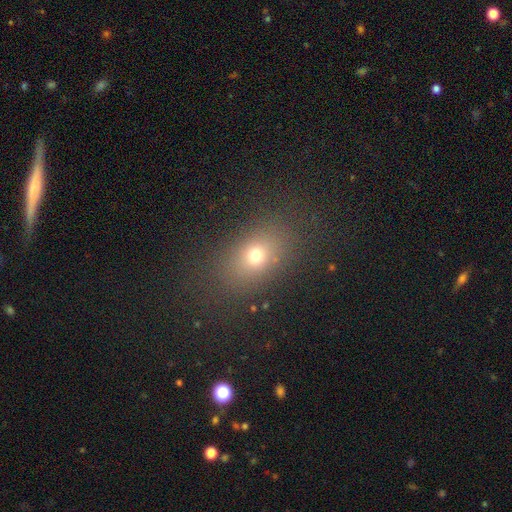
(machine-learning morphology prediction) Smooth or featured? Predicted: smooth (p=0.70). How rounded? Predicted: in between (p=0.67). Merging? Predicted: none (p=0.81).